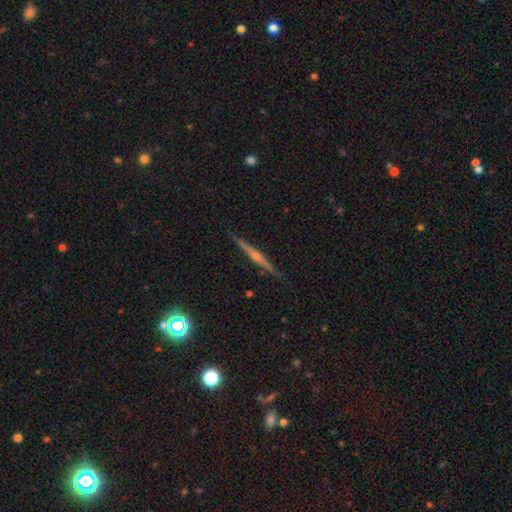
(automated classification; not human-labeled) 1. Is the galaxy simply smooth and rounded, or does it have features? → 80% featured or disk, 12% smooth, 7% star or artifact.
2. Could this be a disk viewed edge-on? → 98% yes, 2% no.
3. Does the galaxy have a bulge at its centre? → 81% rounded, 11% none, 8% boxy.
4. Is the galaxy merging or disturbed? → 91% none, 6% minor disturbance, 1% major disturbance, 1% merger.